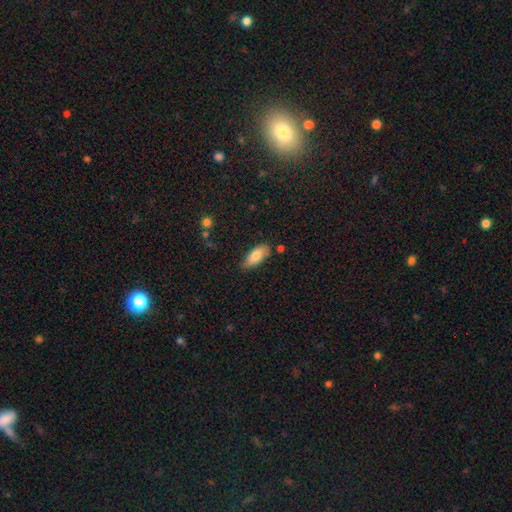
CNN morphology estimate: smooth-or-featured: smooth: 78% | featured or disk: 16% | star or artifact: 6%
  how-rounded: in between: 82% | cigar-shaped: 16% | round: 2%
  merging: none: 78% | minor disturbance: 16% | major disturbance: 3% | merger: 3%